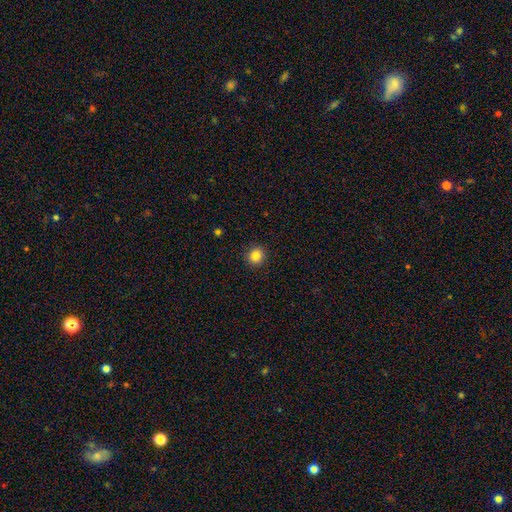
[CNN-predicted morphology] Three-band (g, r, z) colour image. It shows a smooth galaxy with no disk features (84%) that is round (91%). Merging: none (92%).